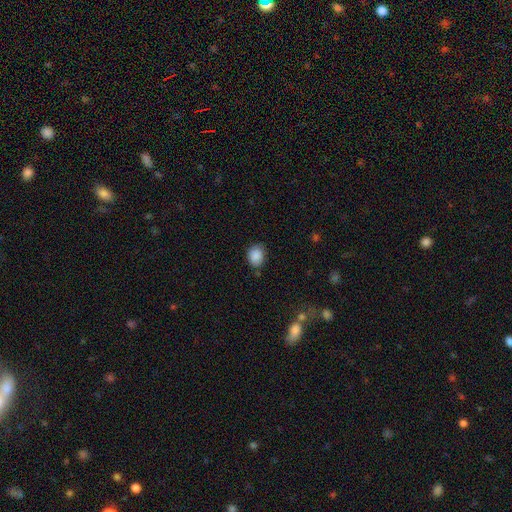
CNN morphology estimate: This is clearly a smooth galaxy (88%). How rounded: possibly round (53%). Merging: likely none (74%).